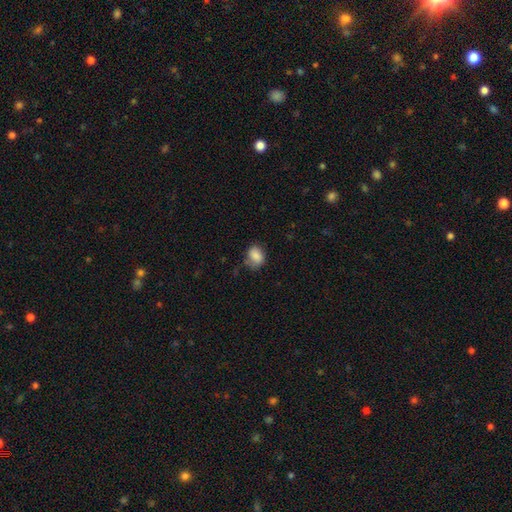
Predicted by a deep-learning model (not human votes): This appears to be a smooth galaxy with no disk features (83%) that is in between round and cigar-shaped (64%). Merging: none (56%).